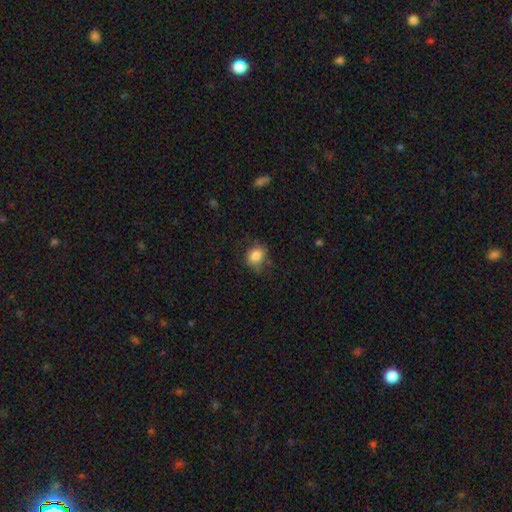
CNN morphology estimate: This appears to be a smooth galaxy with no disk features (83%) that is round (50%). Merging: none (71%).